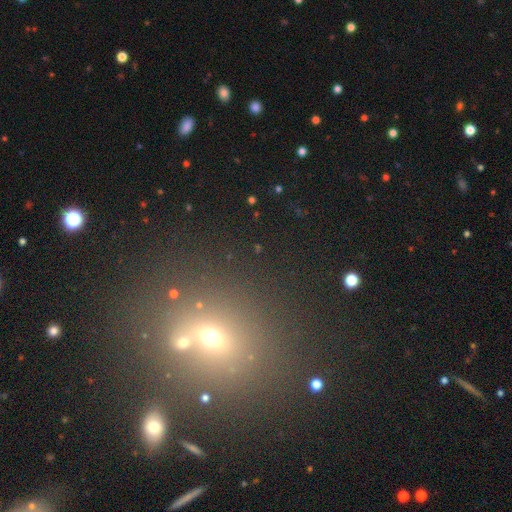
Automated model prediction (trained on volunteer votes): This appears to be a star or artifact, not a galaxy (49%).